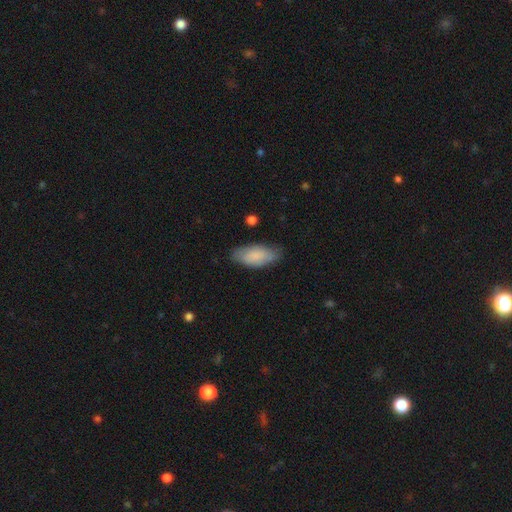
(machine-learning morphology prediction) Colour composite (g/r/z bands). It shows a smooth galaxy with no disk features (83%) that is in between round and cigar-shaped (88%). Merging: none (75%).